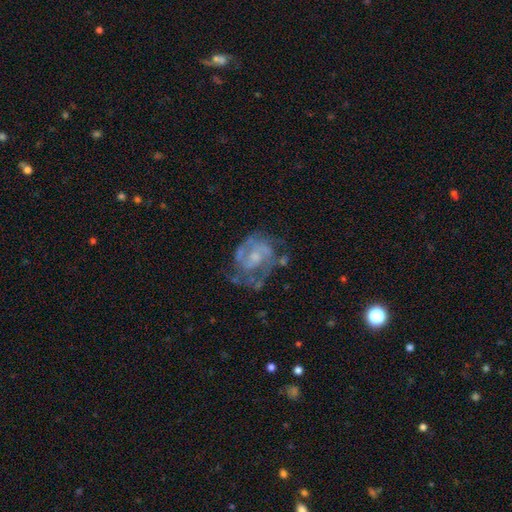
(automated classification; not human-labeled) A featured or disk galaxy (80%) with no bar (63%), 2 (49%) medium (43%) spiral arms (81%) and a small central bulge (44%). Merging: none (53%).